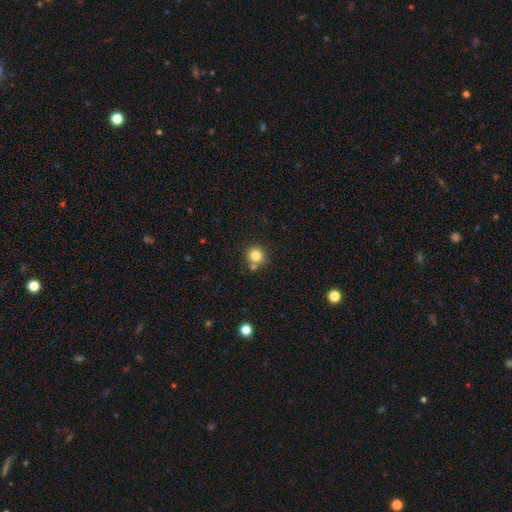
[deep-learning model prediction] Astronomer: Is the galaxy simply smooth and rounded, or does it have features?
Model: smooth — 81%.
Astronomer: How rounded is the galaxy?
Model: round — 92%.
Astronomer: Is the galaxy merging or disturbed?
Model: none — 70%.